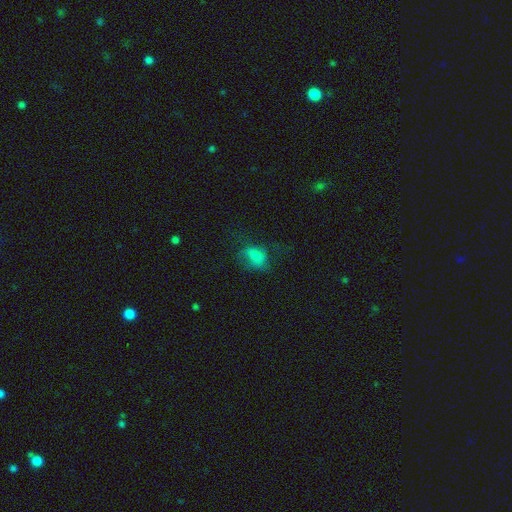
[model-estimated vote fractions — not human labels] smooth_or_featured: smooth (p=0.66) [alt: featured or disk p=0.19]
how_rounded: in between (p=0.68) [alt: round p=0.30]
merging: none (p=0.41) [alt: major disturbance p=0.32]